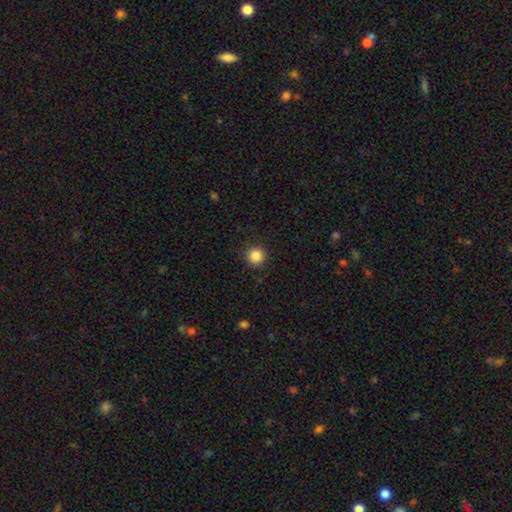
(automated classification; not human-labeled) Smooth or featured?
  - smooth: 87% *
  - star or artifact: 10%
  - featured or disk: 3%
How rounded?
  - round: 95% *
  - in between: 4%
  - cigar-shaped: 1%
Merging?
  - none: 90% *
  - minor disturbance: 7%
  - major disturbance: 2%
  - merger: 1%